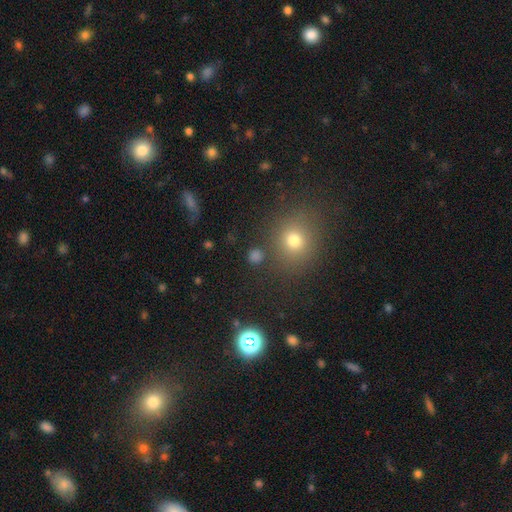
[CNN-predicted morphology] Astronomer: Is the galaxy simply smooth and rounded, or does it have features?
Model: smooth — 66%.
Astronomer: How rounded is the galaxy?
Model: round — 86%.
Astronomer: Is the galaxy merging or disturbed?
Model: none — 82%.